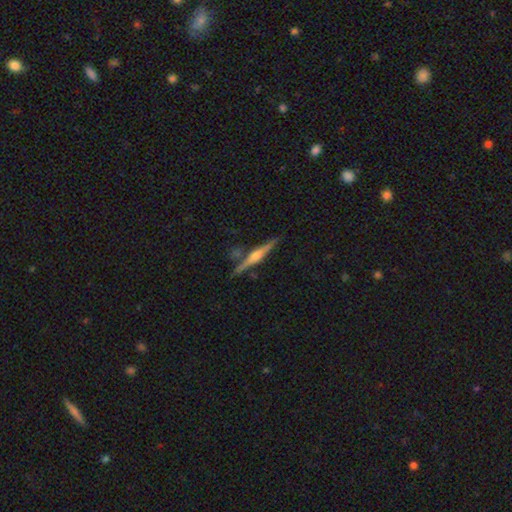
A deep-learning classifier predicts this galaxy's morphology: Smooth or featured? Predicted: featured or disk (p=0.77). Edge-on disk? Predicted: yes (p=0.98). Edge-on bulge? Predicted: rounded (p=0.83). Merging? Predicted: none (p=0.85).